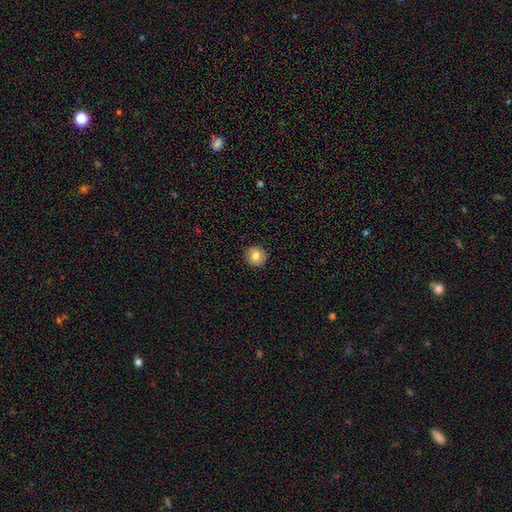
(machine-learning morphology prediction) A smooth galaxy with no disk features (82%) that is round (93%). Merging: none (92%).